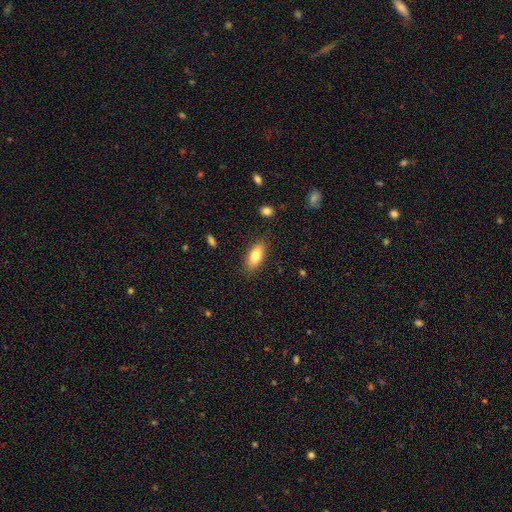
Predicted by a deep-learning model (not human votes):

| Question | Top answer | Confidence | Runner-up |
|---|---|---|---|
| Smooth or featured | smooth | 81% | featured or disk (12%) |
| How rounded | in between | 86% | cigar-shaped (11%) |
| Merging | none | 85% | minor disturbance (11%) |